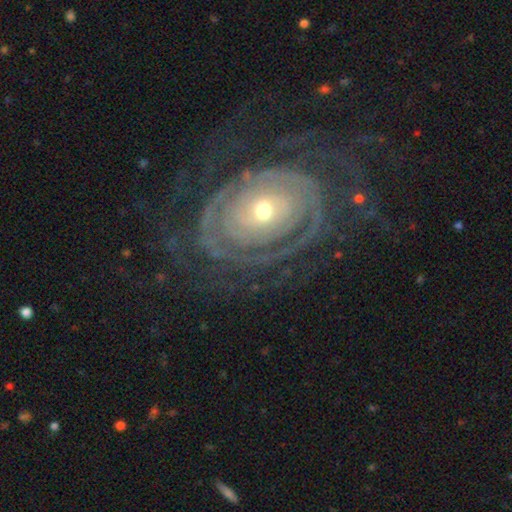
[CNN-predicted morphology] Smooth or featured?
  - featured or disk: 86% *
  - smooth: 7%
  - star or artifact: 7%
Edge-on disk?
  - no: 96% *
  - yes: 4%
Bar?
  - no: 76% *
  - weak: 15%
  - strong: 9%
Spiral arms?
  - yes: 90% *
  - no: 10%
Spiral winding?
  - tight: 81% *
  - medium: 14%
  - loose: 5%
Spiral arm count?
  - can't tell: 37% *
  - 2: 23%
  - 3: 12%
  - more than 4: 10%
  - 4: 10%
  - 1: 7%
Bulge size?
  - small: 56% *
  - moderate: 39%
  - large: 3%
  - dominant: 1%
  - none: 1%
Merging?
  - none: 71% *
  - minor disturbance: 15%
  - major disturbance: 13%
  - merger: 1%